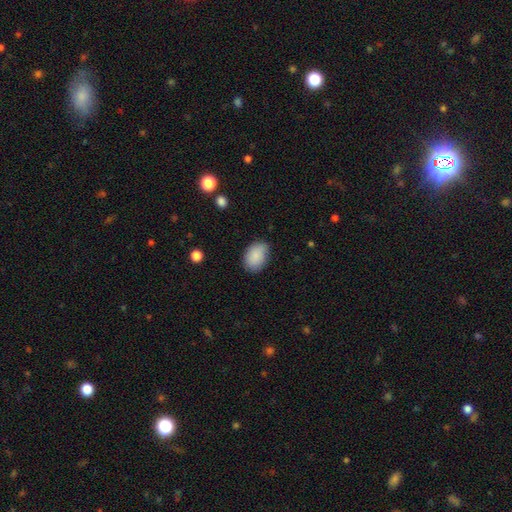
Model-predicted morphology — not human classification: smooth_or_featured: smooth (p=0.88) [alt: star or artifact p=0.07]
how_rounded: in between (p=0.85) [alt: round p=0.13]
merging: none (p=0.75) [alt: minor disturbance p=0.20]